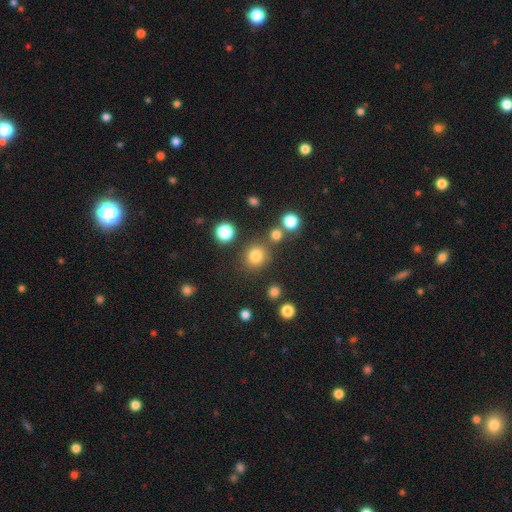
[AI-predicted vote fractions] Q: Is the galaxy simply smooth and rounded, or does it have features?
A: smooth — 79%.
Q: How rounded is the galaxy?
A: round — 87%.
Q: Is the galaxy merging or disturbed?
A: none — 78%.